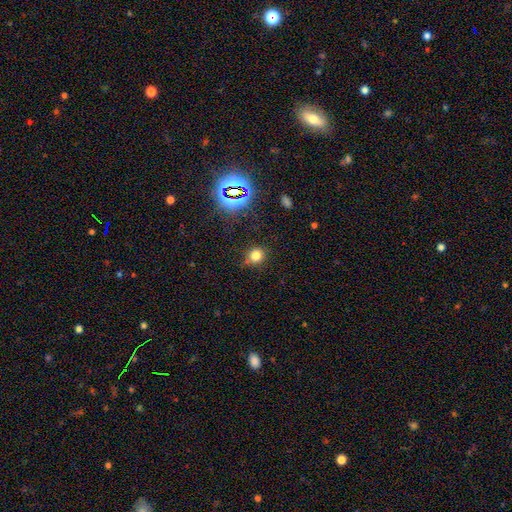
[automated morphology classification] This is likely a smooth galaxy (73%). How rounded: clearly round (83%). Merging: likely none (78%).